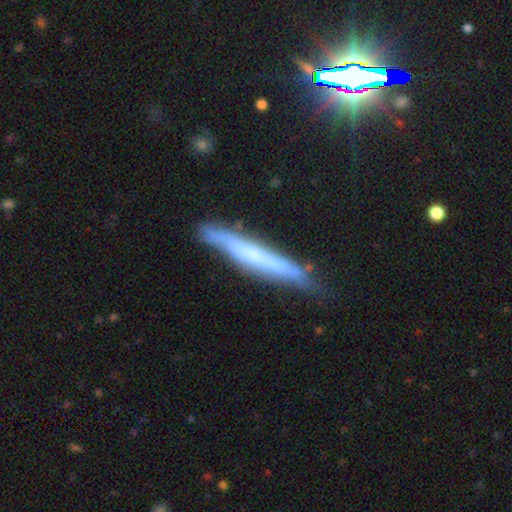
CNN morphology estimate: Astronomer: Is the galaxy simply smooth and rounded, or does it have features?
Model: featured or disk — 57% (runner-up: smooth, 35%).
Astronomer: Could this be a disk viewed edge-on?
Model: yes — 85%.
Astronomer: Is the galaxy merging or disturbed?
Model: none — 71%.